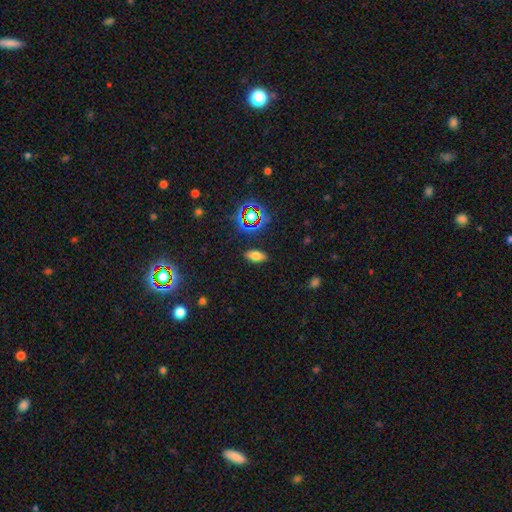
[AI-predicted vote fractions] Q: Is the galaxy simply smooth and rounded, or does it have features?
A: smooth — 69%.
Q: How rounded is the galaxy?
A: in between — 84%.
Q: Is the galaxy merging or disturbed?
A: none — 88%.